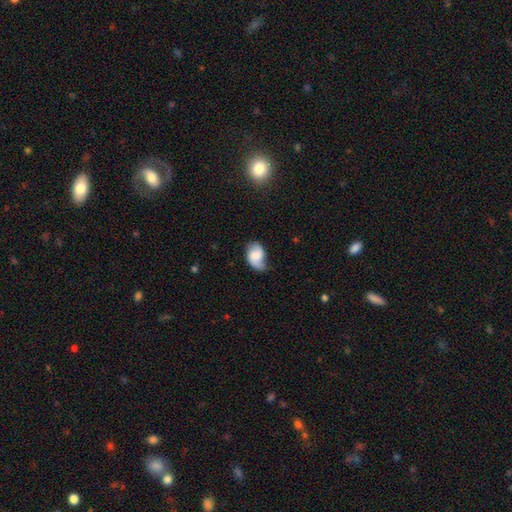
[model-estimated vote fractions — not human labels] smooth 50%, featured or disk 42%, star or artifact 8%. Down the decision tree: merging — none (44%).